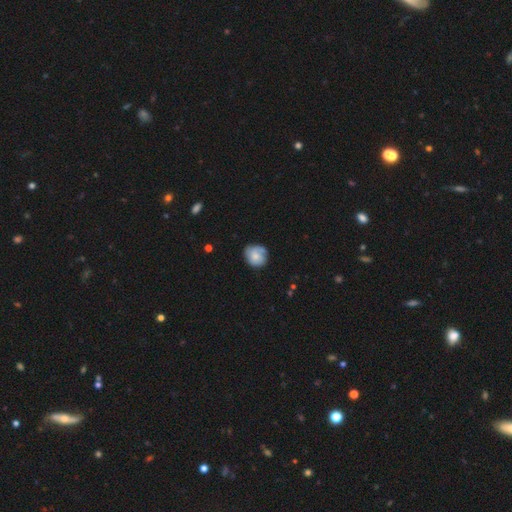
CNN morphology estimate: A smooth galaxy with no disk features (64%) that is round (80%).

Vote fractions:
- Smooth or featured? smooth: 64% / featured or disk: 28% / star or artifact: 8%
- How rounded? round: 80% / in between: 19% / cigar-shaped: 1%
- Merging? none: 65% / minor disturbance: 26% / major disturbance: 6% / merger: 3%